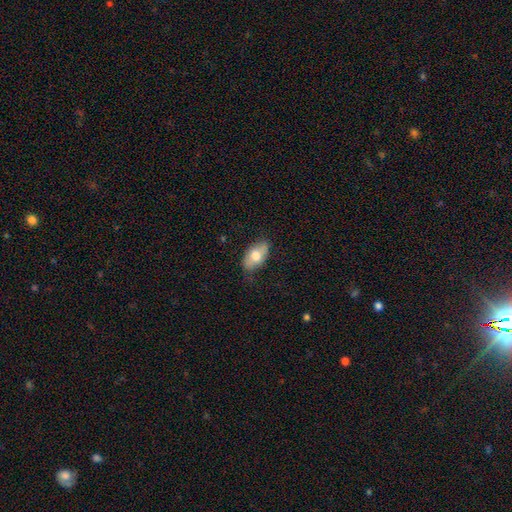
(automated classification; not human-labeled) smooth-or-featured: smooth: 68% | featured or disk: 26% | star or artifact: 6%
  how-rounded: in between: 92% | round: 6% | cigar-shaped: 3%
  merging: none: 75% | minor disturbance: 20% | major disturbance: 4% | merger: 1%